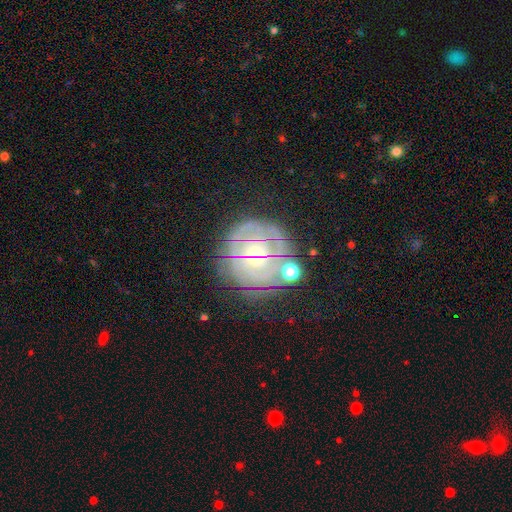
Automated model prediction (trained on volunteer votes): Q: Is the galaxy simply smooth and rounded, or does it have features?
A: featured or disk — 67%.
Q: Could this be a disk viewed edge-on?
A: no — 96%.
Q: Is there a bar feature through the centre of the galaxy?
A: no — 55%.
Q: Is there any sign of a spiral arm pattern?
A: yes — 80%.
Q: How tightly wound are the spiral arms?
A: tight — 79%.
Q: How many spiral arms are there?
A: can't tell — 53%.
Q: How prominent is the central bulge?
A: small — 63%.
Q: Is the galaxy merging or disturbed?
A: none — 68%.